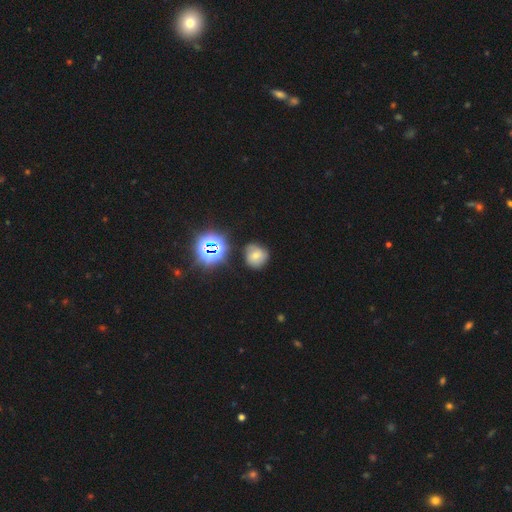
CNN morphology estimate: Overall: smooth (57%; star or artifact 22%). How rounded: round (84%). Merging: none (69%).